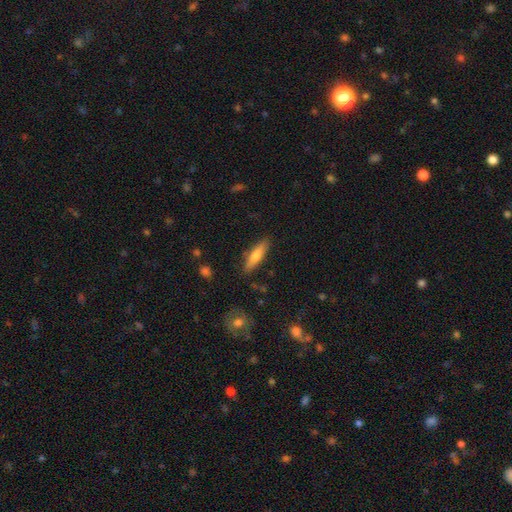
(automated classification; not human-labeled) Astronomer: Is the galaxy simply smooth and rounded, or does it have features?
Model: smooth — 63%.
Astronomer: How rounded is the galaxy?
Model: cigar-shaped — 67%.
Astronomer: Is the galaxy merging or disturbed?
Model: none — 86%.